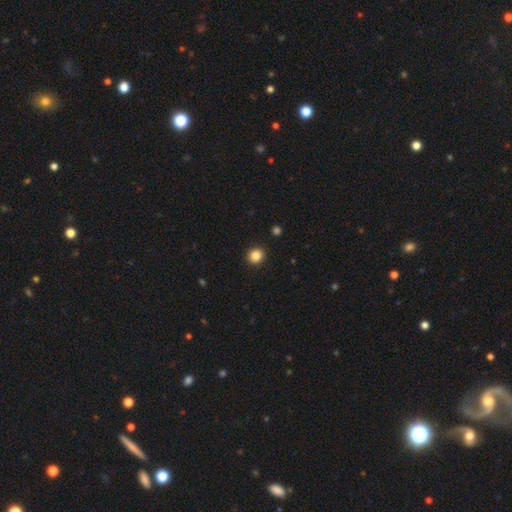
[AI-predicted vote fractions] Smooth or featured?
  - smooth: 85% *
  - star or artifact: 11%
  - featured or disk: 4%
How rounded?
  - round: 87% *
  - in between: 12%
  - cigar-shaped: 1%
Merging?
  - none: 93% *
  - minor disturbance: 5%
  - major disturbance: 2%
  - merger: 1%